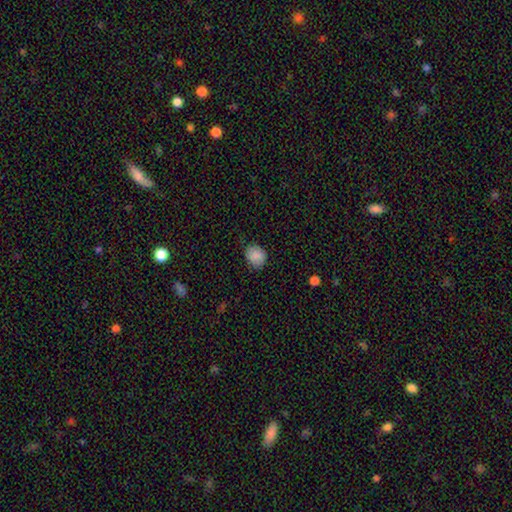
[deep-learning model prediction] Overall: smooth (87%). How rounded: round (67%; in between 32%). Merging: none (82%).